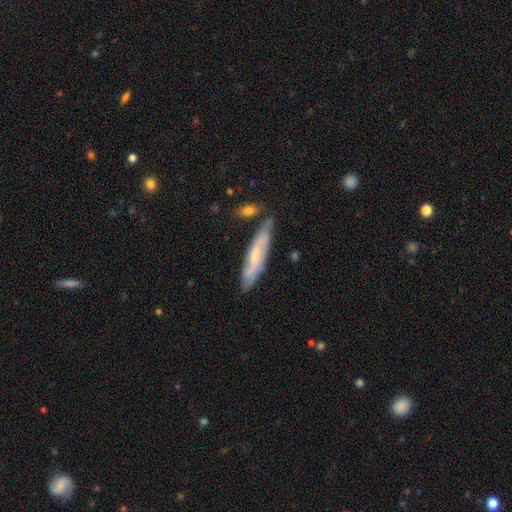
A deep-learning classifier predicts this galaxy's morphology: The model was most divided on "edge-on disk": no: 53%, yes: 47%. More confident: merging — none (74%); smooth or featured — featured or disk (60%).